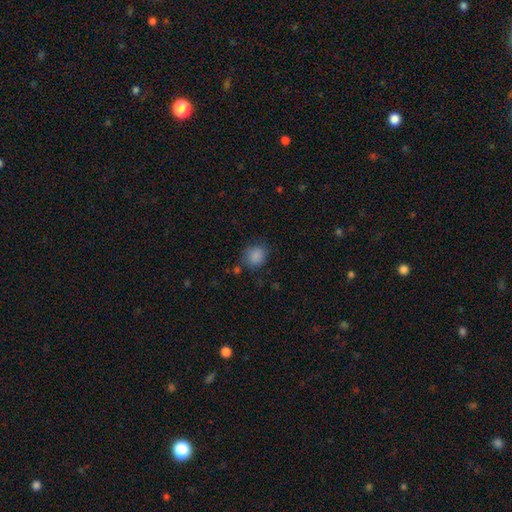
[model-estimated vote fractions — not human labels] This is clearly a smooth galaxy (86%). How rounded: likely round (71%). Merging: likely none (75%).